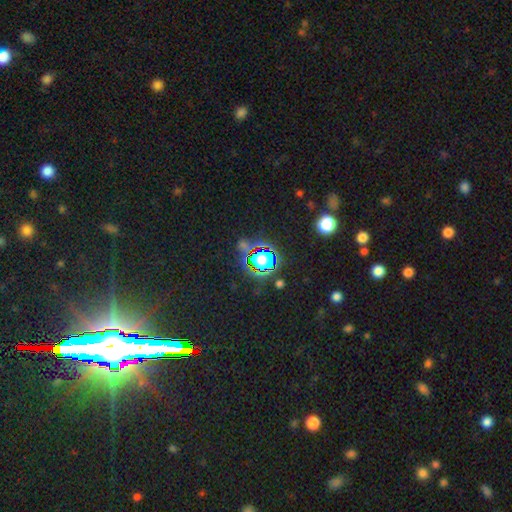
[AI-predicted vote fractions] The model was most divided on "smooth or featured": star or artifact: 82%, smooth: 9%, featured or disk: 9%.